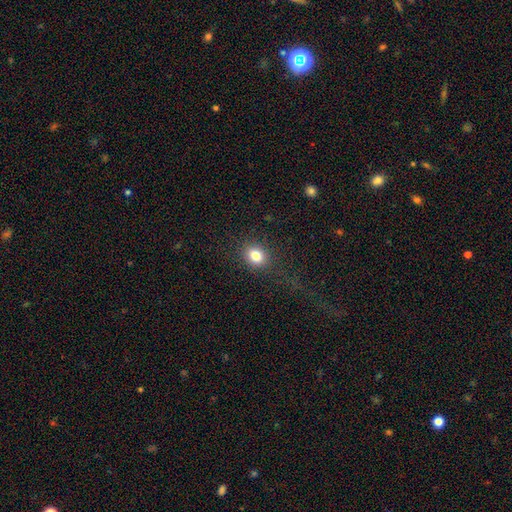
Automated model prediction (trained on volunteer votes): A smooth galaxy with no disk features (81%) that is round (59%).

Vote fractions:
- Smooth or featured? smooth: 81% / star or artifact: 12% / featured or disk: 7%
- How rounded? round: 59% / in between: 40% / cigar-shaped: 1%
- Merging? none: 85% / minor disturbance: 9% / major disturbance: 5% / merger: 1%